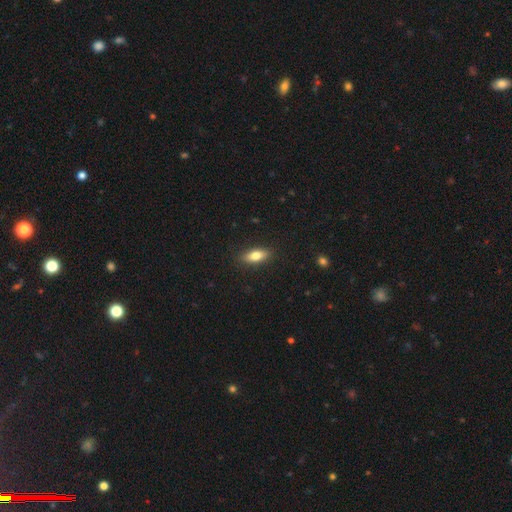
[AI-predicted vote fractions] A smooth galaxy with no disk features (77%) that is in between round and cigar-shaped (73%). Merging: none (88%).